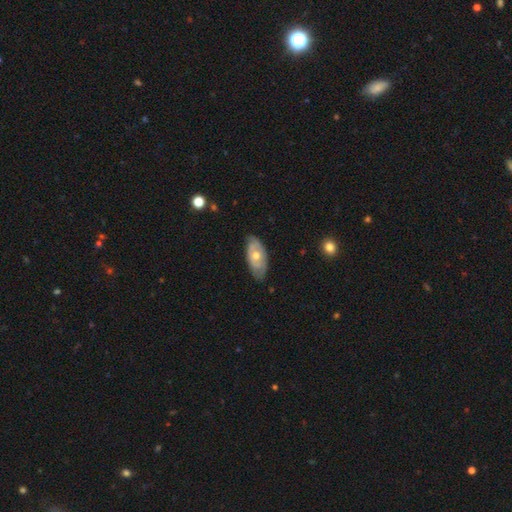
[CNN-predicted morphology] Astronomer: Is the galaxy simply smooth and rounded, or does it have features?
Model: featured or disk — 58% (runner-up: smooth, 36%).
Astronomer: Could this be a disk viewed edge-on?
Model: no — 87%.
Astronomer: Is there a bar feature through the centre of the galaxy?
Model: no — 85%.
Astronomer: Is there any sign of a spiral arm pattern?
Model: no — 55% (runner-up: yes, 45%).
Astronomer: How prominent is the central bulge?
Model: moderate — 71%.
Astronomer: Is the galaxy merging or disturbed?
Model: none — 74%.